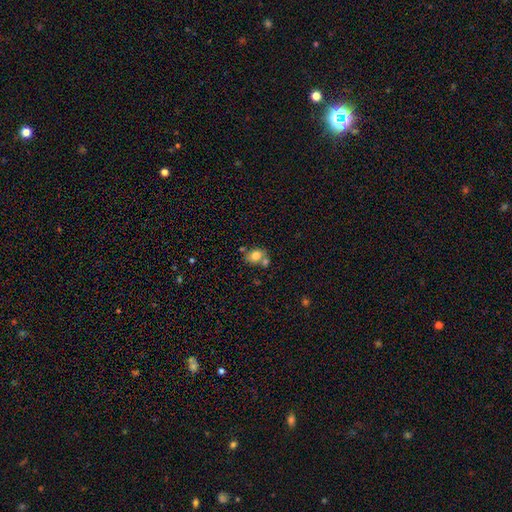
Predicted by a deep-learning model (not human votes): Smooth or featured? smooth (76%)
How rounded? in between (53%)
Merging? none (51%)